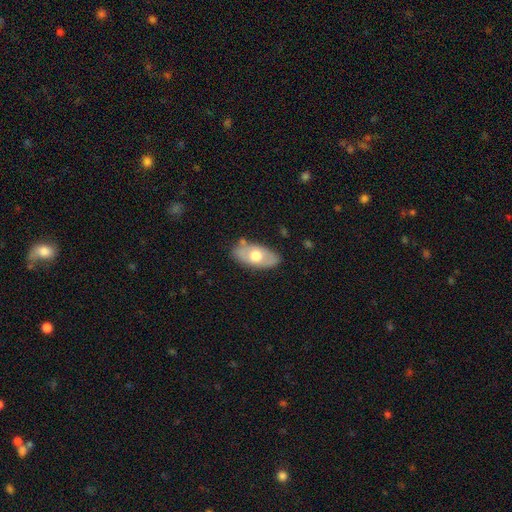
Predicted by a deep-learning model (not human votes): smooth_or_featured: smooth (p=0.54) [alt: featured or disk p=0.41]
how_rounded: in between (p=0.91) [alt: round p=0.05]
merging: none (p=0.77) [alt: minor disturbance p=0.16]